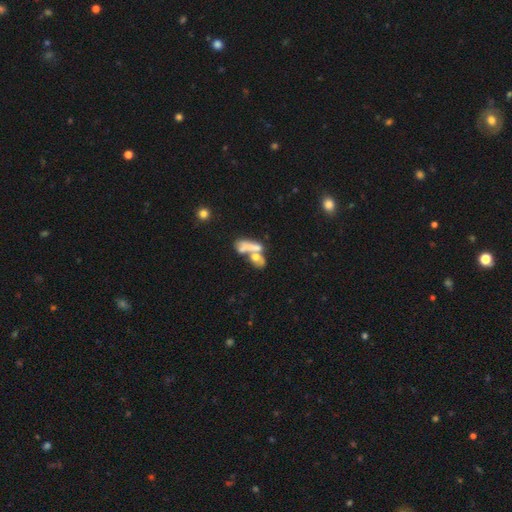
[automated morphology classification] Overall: smooth (50%; featured or disk 35%). Merging: merger (57%; none 23%).